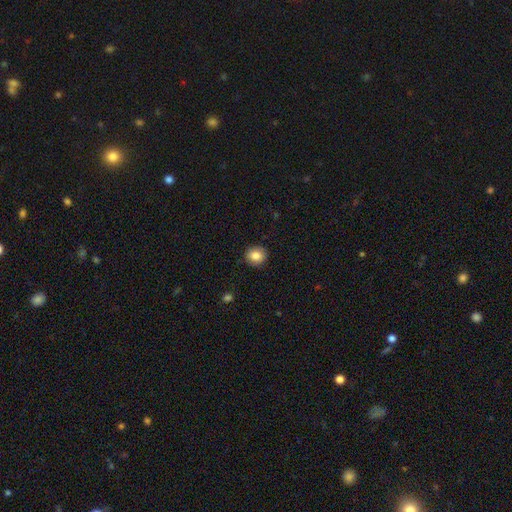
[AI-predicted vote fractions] The model was most divided on "how rounded": round: 83%, in between: 16%, cigar-shaped: 1%. More confident: merging — none (88%); smooth or featured — smooth (84%).